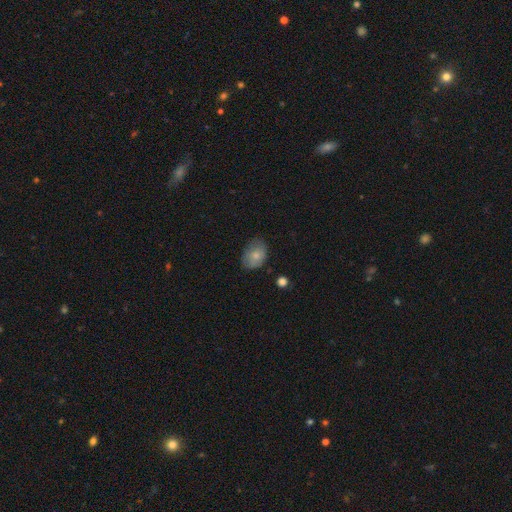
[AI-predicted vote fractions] This is likely a smooth galaxy (76%). How rounded: likely in between (73%). Merging: likely none (66%).